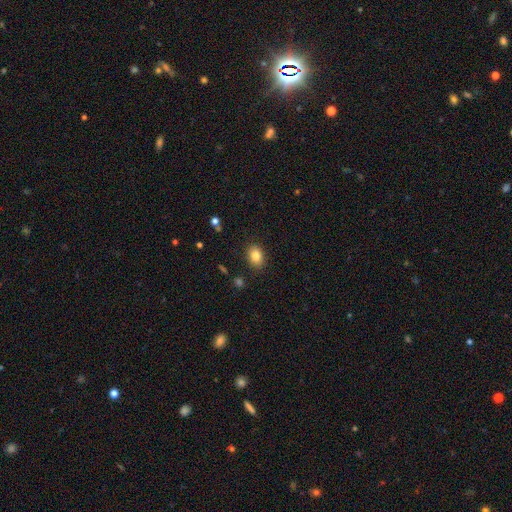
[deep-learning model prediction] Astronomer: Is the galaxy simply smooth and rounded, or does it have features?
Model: smooth — 84%.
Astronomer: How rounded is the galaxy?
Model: in between — 73%.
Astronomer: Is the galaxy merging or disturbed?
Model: none — 87%.